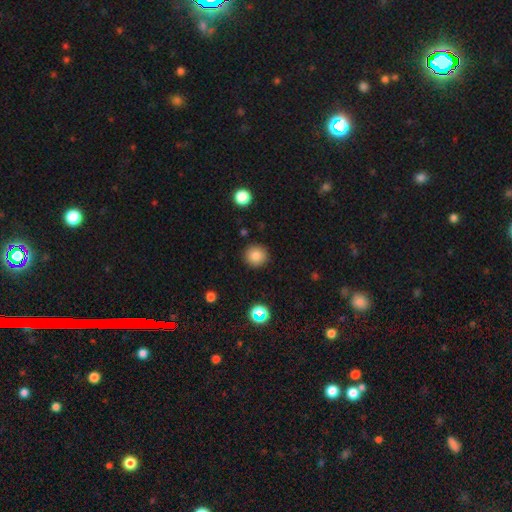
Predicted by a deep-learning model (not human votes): This is clearly a smooth galaxy (84%). How rounded: clearly round (94%). Merging: clearly none (91%).